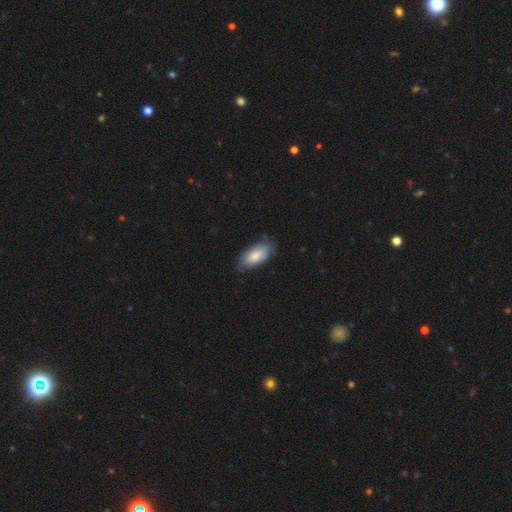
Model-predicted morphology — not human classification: type=smooth (82%); roundness=in between (92%); merging=none (70%).